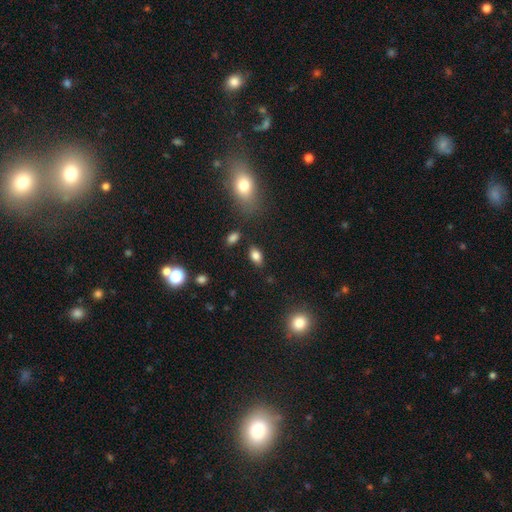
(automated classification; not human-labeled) This appears to be a smooth galaxy with no disk features (82%) that is in between round and cigar-shaped (88%). Merging: none (83%).